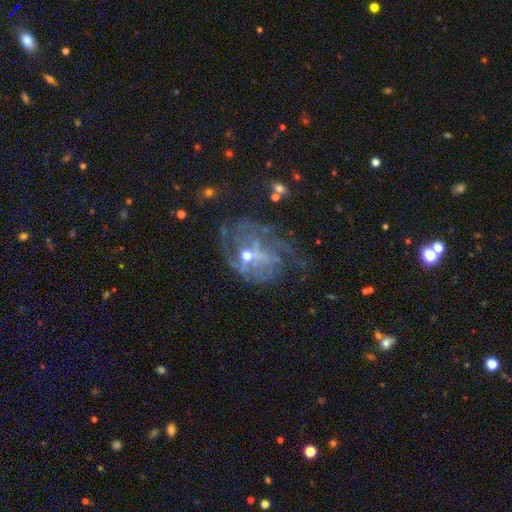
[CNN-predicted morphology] type=featured or disk (73%); edge-on=no (97%); bar=no (58%); spiral arms=yes (71%); winding=tight (37%, tied with medium); arm count=can't tell (47%); bulge=small (52%); merging=none (42%).